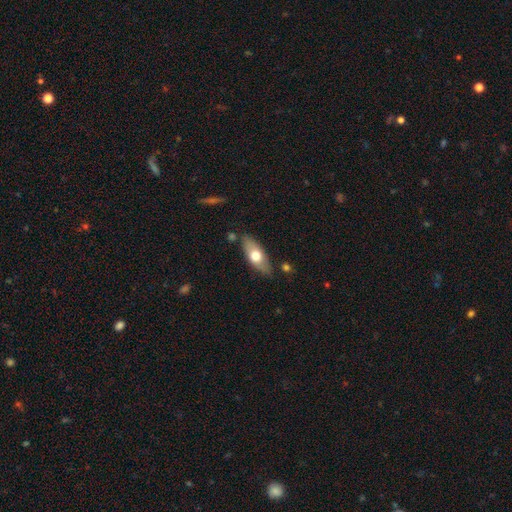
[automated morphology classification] Smooth or featured? smooth (61%)
How rounded? in between (75%)
Merging? none (79%)